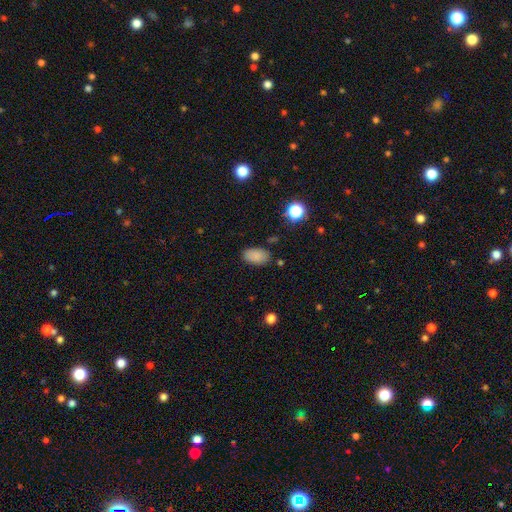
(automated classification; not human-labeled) Morphology: type=smooth (85%); roundness=in between (92%); merging=none (82%).